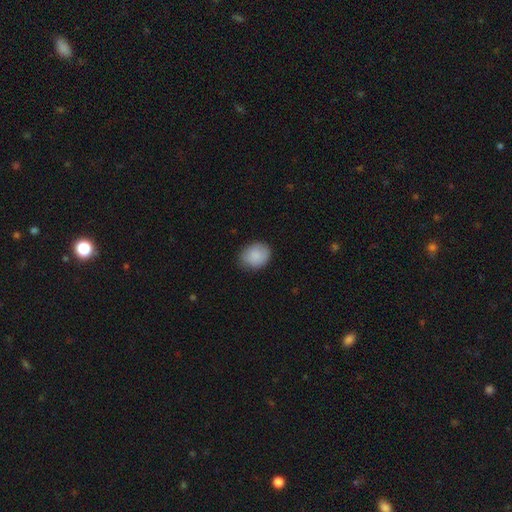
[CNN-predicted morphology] This is clearly a smooth galaxy (88%). How rounded: possibly round (51%). Merging: clearly none (80%).